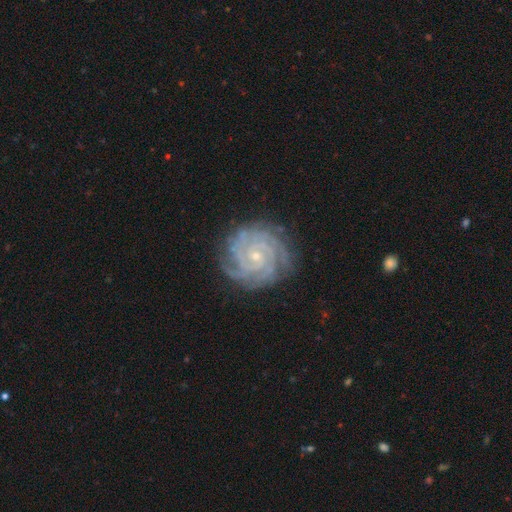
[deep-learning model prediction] This appears to be a featured or disk galaxy (90%) with no bar (71%), 4 (30%) tight (85%) spiral arms (99%) and a small central bulge (80%). Merging: none (83%).